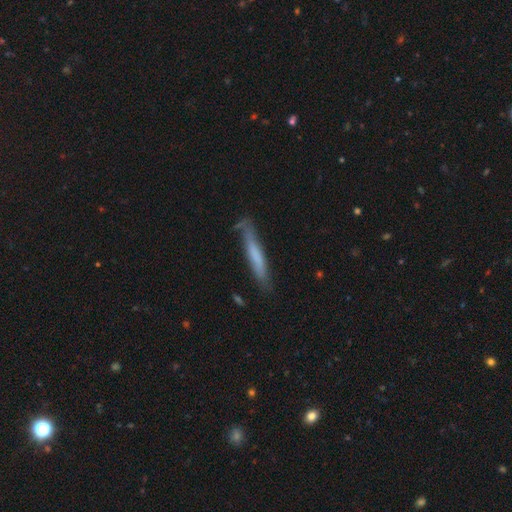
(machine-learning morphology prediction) smooth_or_featured: smooth (p=0.61) [alt: featured or disk p=0.33]
how_rounded: cigar-shaped (p=0.93) [alt: in between p=0.06]
merging: none (p=0.71) [alt: minor disturbance p=0.21]